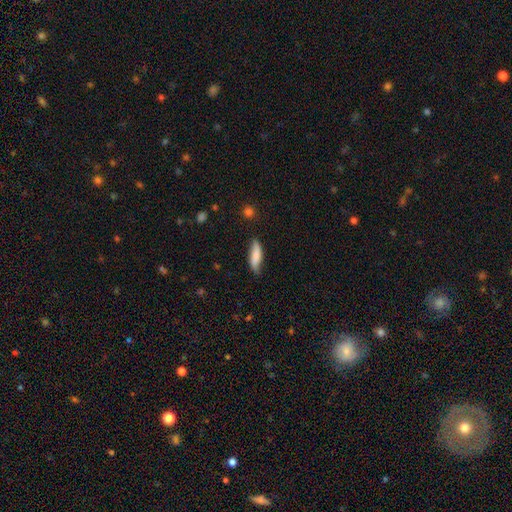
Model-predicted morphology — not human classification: The model was most divided on "how rounded": cigar-shaped: 55%, in between: 43%, round: 2%. More confident: smooth or featured — smooth (76%); merging — none (68%).